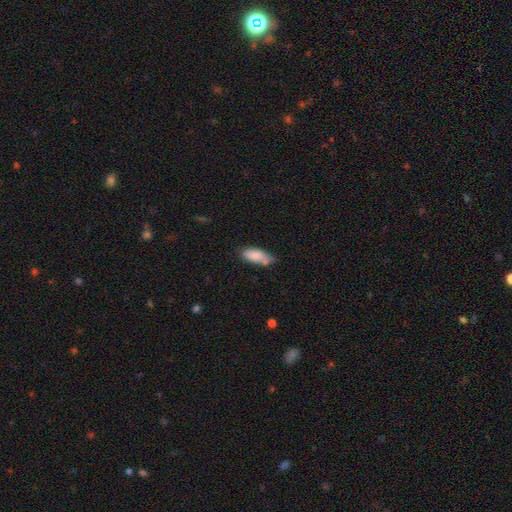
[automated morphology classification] A smooth galaxy with no disk features (84%) that is in between round and cigar-shaped (74%). Merging: none (54%).